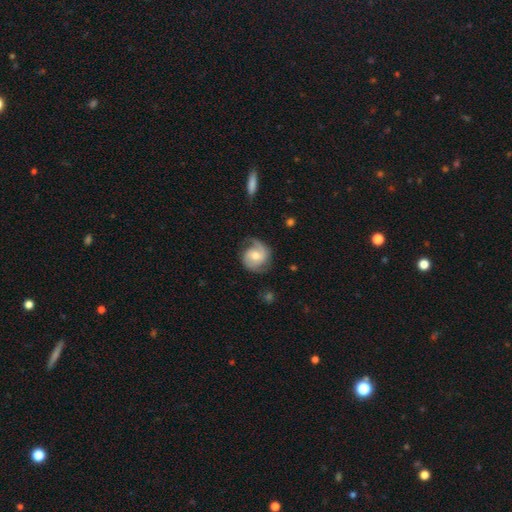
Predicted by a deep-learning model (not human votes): This appears to be a featured or disk galaxy (72%) with no bar (57%), 2 (69%) medium (44%) spiral arms (93%) and a moderate central bulge (64%). Merging: none (66%).